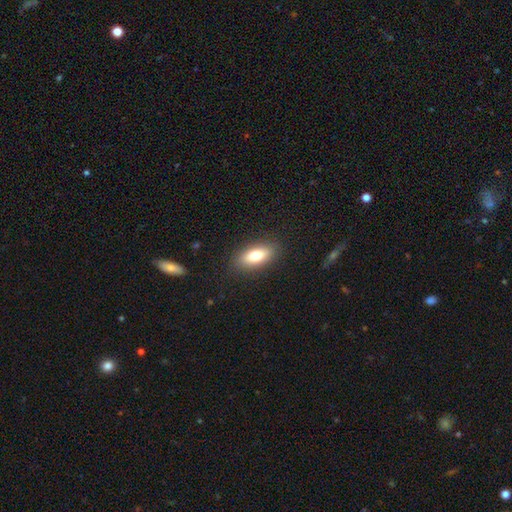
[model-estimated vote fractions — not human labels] The model was most divided on "smooth or featured": smooth: 78%, featured or disk: 15%, star or artifact: 7%. More confident: merging — none (87%); how rounded — in between (81%).